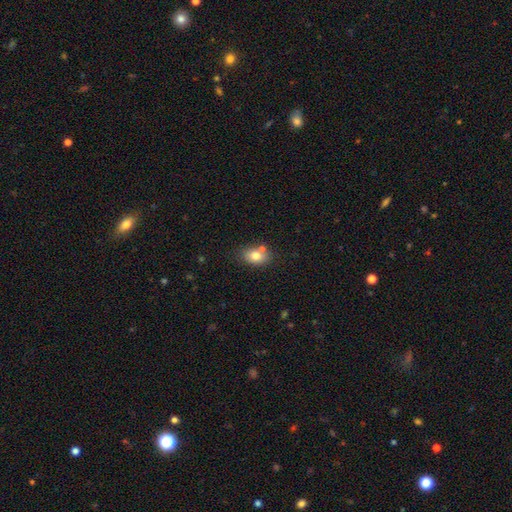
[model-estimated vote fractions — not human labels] Smooth or featured? smooth (78%)
How rounded? in between (77%)
Merging? none (67%)